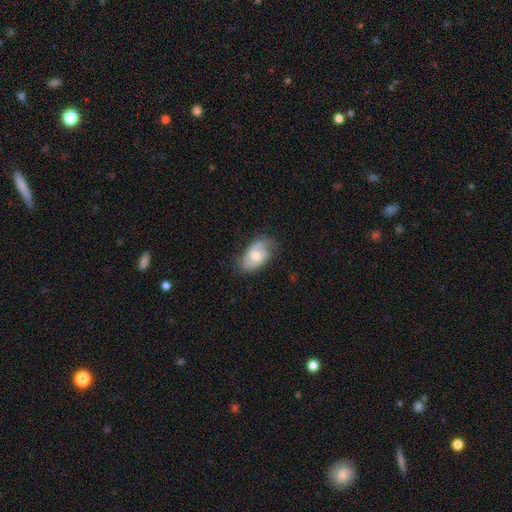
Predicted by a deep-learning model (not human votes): Overall: featured or disk (56%; smooth 37%). Edge-on disk: no (94%). Bar: no (69%). Spiral arms: yes (81%). Bulge size: moderate (63%; small 30%). Merging: none (67%).